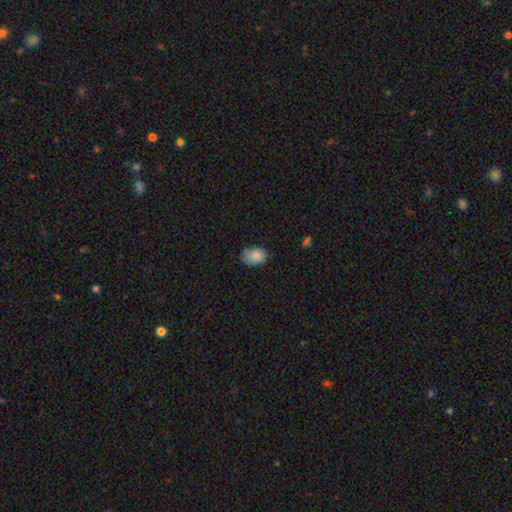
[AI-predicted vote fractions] Smooth or featured?
  - smooth: 86% *
  - star or artifact: 8%
  - featured or disk: 6%
How rounded?
  - in between: 73% *
  - round: 26%
  - cigar-shaped: 1%
Merging?
  - none: 68% *
  - minor disturbance: 26%
  - major disturbance: 5%
  - merger: 1%